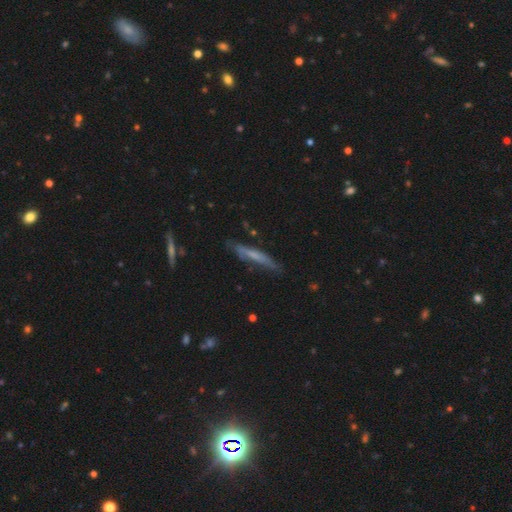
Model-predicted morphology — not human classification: This appears to be a featured or disk galaxy (46%). Merging: none (75%).